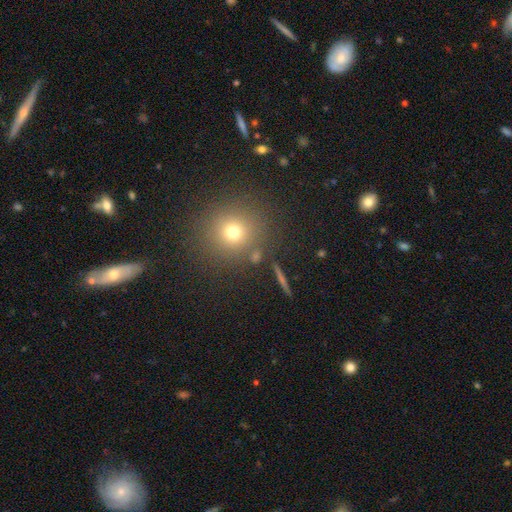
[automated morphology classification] Smooth or featured? smooth (63%)
How rounded? round (83%)
Merging? none (85%)